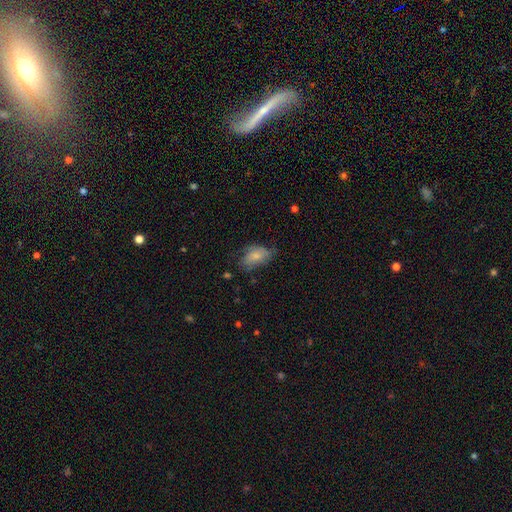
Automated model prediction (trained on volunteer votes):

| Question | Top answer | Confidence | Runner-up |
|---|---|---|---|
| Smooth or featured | smooth | 74% | featured or disk (18%) |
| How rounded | in between | 90% | round (7%) |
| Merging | none | 47% | minor disturbance (35%) |